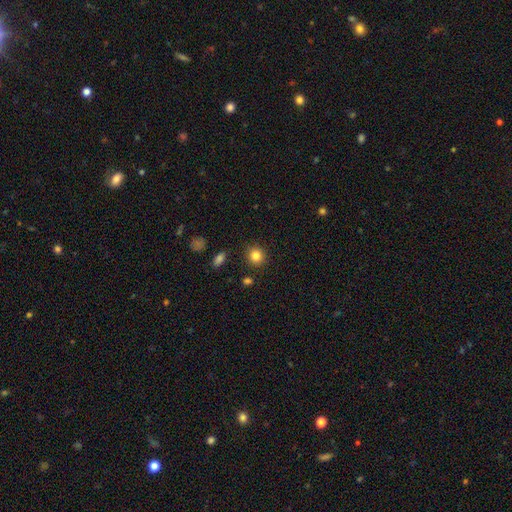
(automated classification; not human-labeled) smooth-or-featured: smooth: 84% | star or artifact: 11% | featured or disk: 5%
  how-rounded: round: 88% | in between: 11% | cigar-shaped: 1%
  merging: none: 88% | minor disturbance: 7% | major disturbance: 2% | merger: 2%